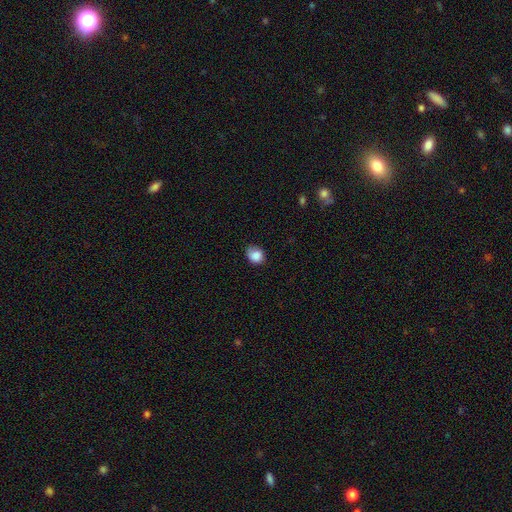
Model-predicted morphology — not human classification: Smooth or featured? smooth (85%)
How rounded? round (57%)
Merging? none (63%)